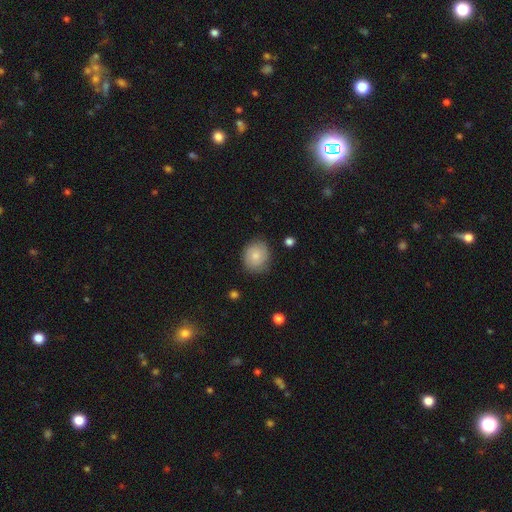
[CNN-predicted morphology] type=smooth (66%); roundness=round (73%); merging=none (80%).